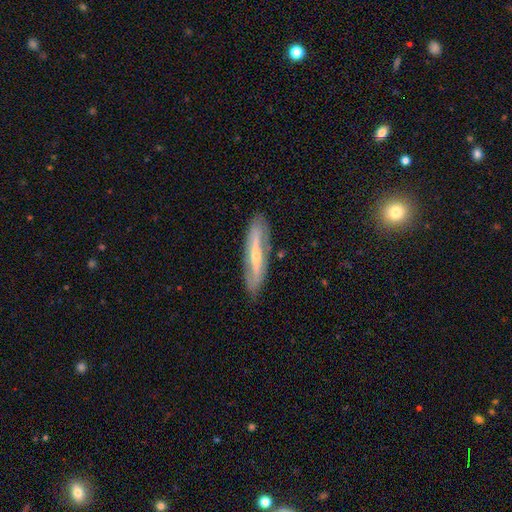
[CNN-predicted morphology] smooth-or-featured: featured or disk: 72% | smooth: 22% | star or artifact: 6%
  disk-edge-on: no: 51% | yes: 49%
  merging: none: 82% | minor disturbance: 13% | major disturbance: 3% | merger: 2%